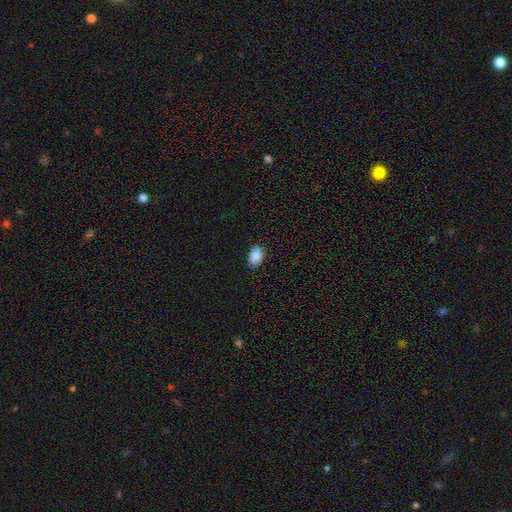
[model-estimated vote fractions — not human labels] smooth 79%, star or artifact 16%, featured or disk 5%. Down the decision tree: how rounded — in between (83%); merging — none (82%).